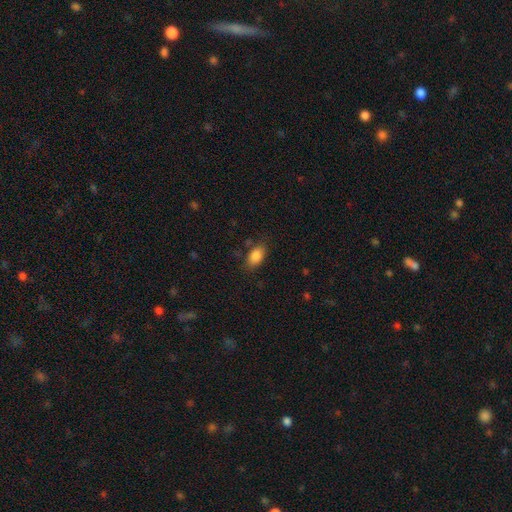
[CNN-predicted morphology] This is clearly a smooth galaxy (86%). How rounded: clearly in between (89%). Merging: likely none (77%).